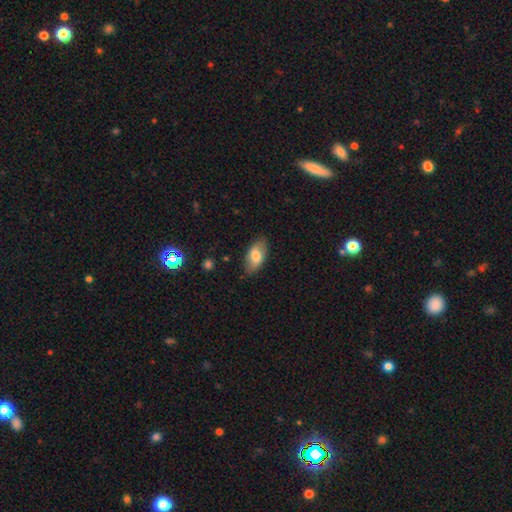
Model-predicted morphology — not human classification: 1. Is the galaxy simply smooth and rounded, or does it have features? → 72% smooth, 22% featured or disk, 6% star or artifact.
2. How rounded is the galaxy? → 93% in between, 4% cigar-shaped, 3% round.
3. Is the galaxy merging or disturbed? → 81% none, 15% minor disturbance, 3% major disturbance, 1% merger.